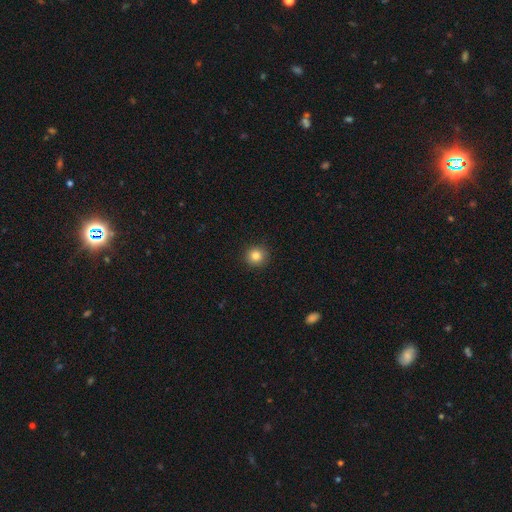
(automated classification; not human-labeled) smooth 83%, star or artifact 11%, featured or disk 6%. Down the decision tree: how rounded — round (93%); merging — none (92%).